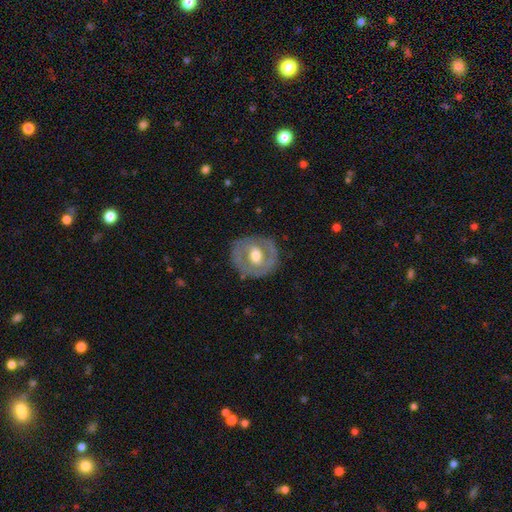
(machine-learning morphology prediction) Smooth or featured? featured or disk (65%)
Edge-on disk? no (96%)
Bar? no (44%)
Spiral arms? no (52%)
Bulge size? moderate (69%)
Merging? none (78%)